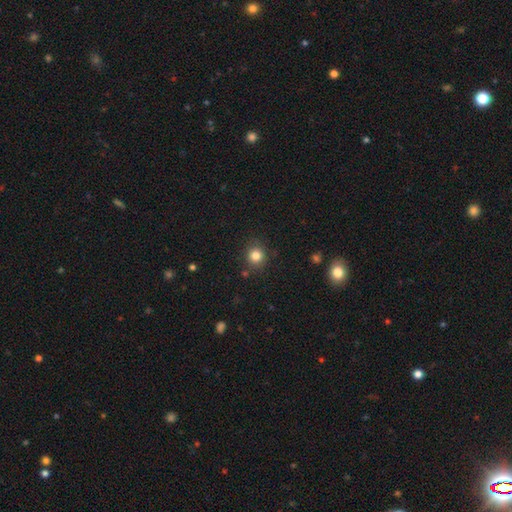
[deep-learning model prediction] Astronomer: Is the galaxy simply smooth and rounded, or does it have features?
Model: smooth — 82%.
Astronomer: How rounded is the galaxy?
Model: round — 89%.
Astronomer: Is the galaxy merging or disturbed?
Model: none — 86%.